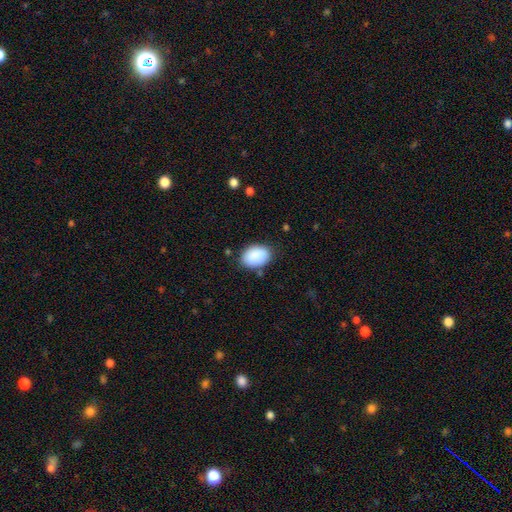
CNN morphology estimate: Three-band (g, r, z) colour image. It shows a smooth galaxy with no disk features (89%) that is in between round and cigar-shaped (82%). Merging: none (80%).